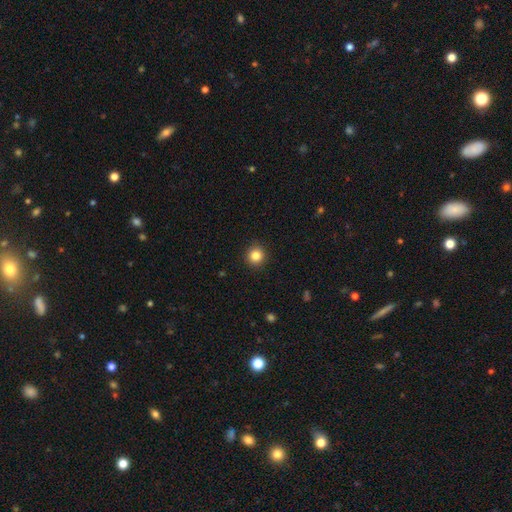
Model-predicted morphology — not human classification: Overall: smooth (84%). How rounded: round (94%). Merging: none (92%).